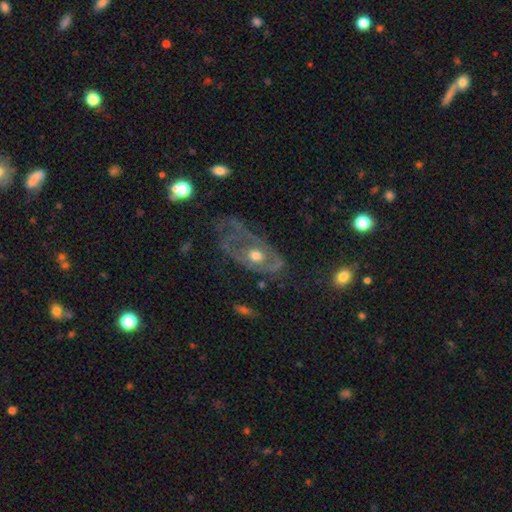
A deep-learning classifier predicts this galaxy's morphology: Smooth or featured? featured or disk (72%)
Edge-on disk? no (90%)
Bar? no (86%)
Spiral arms? yes (55%)
Bulge size? moderate (74%)
Merging? none (42%)